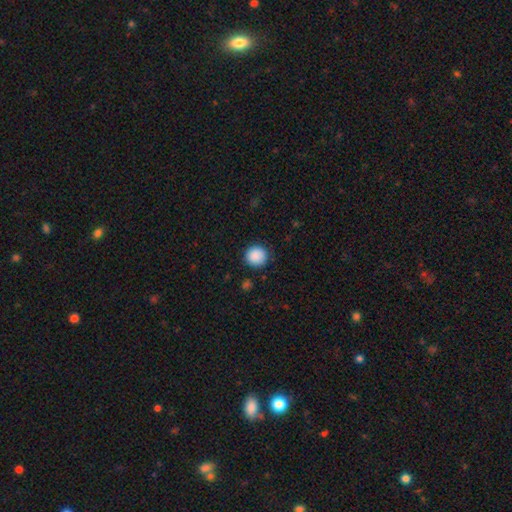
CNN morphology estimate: Smooth or featured: smooth — 89% (star or artifact — 9%)
How rounded: round — 94% (in between — 5%)
Merging: none — 90% (minor disturbance — 7%)